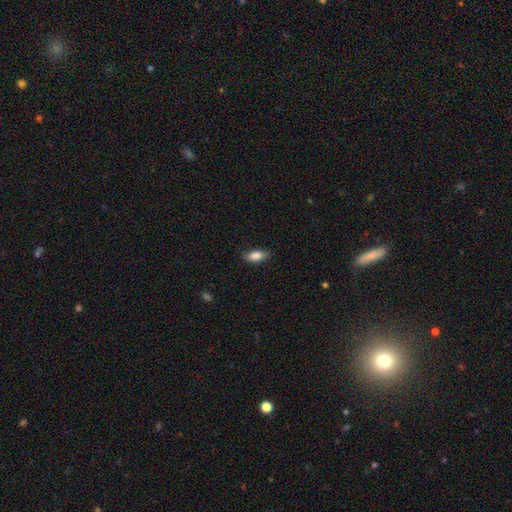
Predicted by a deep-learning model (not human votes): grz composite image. It shows a smooth galaxy with no disk features (85%) that is in between round and cigar-shaped (84%). Merging: none (85%).